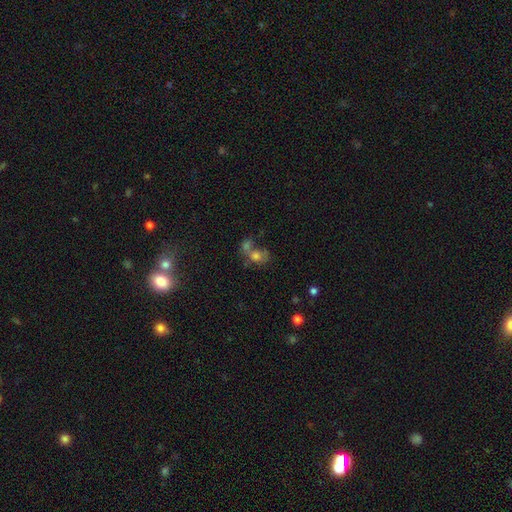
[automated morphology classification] type=smooth (62%); roundness=round (50%); merging=merger (60%).